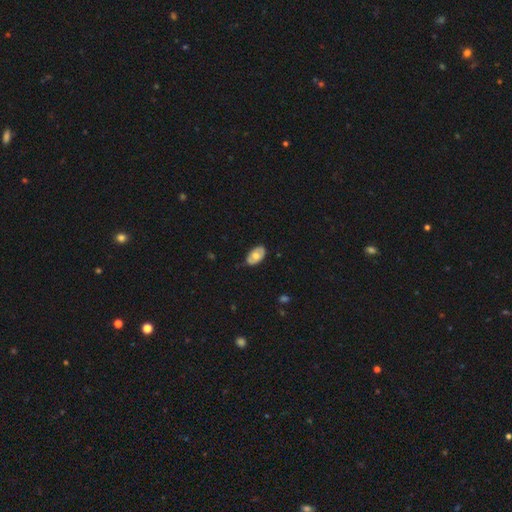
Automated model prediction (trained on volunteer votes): smooth_or_featured: smooth (p=0.55) [alt: featured or disk p=0.38]
how_rounded: in between (p=0.92) [alt: round p=0.07]
merging: none (p=0.77) [alt: minor disturbance p=0.18]